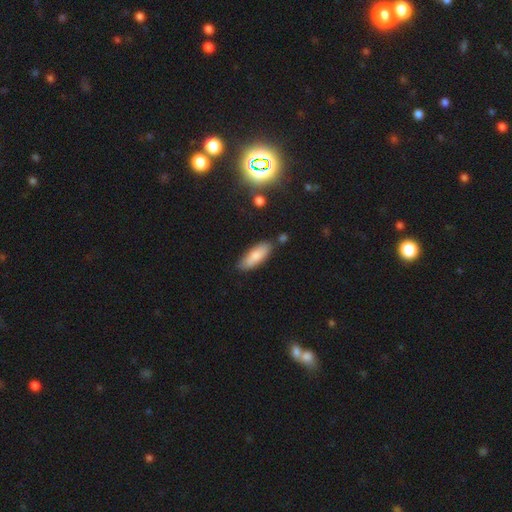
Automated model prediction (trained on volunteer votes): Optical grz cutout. It shows a smooth galaxy with no disk features (78%) that is in between round and cigar-shaped (69%). Merging: none (74%).